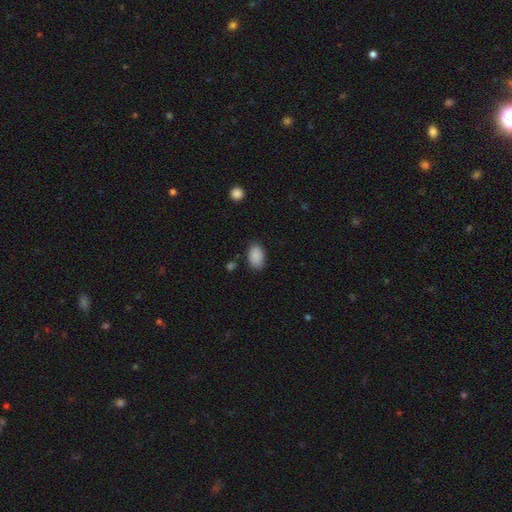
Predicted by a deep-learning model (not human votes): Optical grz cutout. It shows a smooth galaxy with no disk features (89%) that is in between round and cigar-shaped (91%). Merging: none (83%).